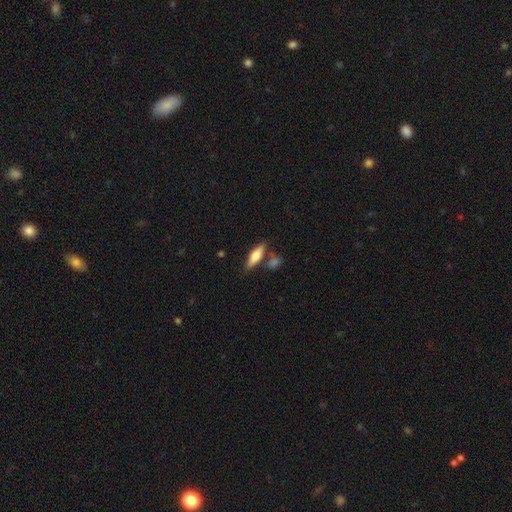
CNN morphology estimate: Smooth or featured? Predicted: smooth (p=0.59). How rounded? Predicted: in between (p=0.53). Merging? Predicted: none (p=0.67).